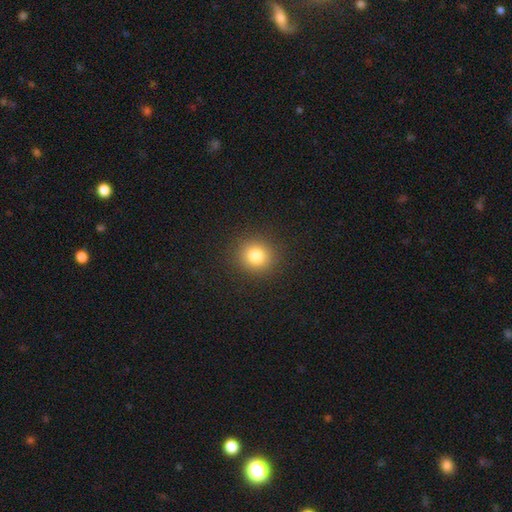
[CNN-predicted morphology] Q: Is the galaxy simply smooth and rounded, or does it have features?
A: smooth — 81%.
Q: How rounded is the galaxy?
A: round — 89%.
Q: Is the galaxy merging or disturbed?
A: none — 91%.